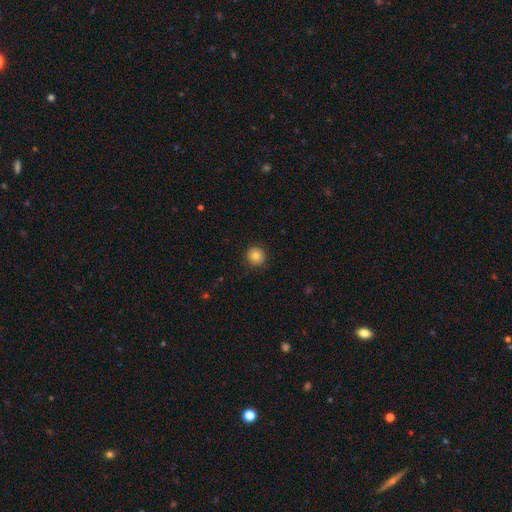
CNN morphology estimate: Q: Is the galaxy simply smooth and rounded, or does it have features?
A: smooth — 81%.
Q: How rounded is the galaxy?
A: round — 92%.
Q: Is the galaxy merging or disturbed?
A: none — 89%.